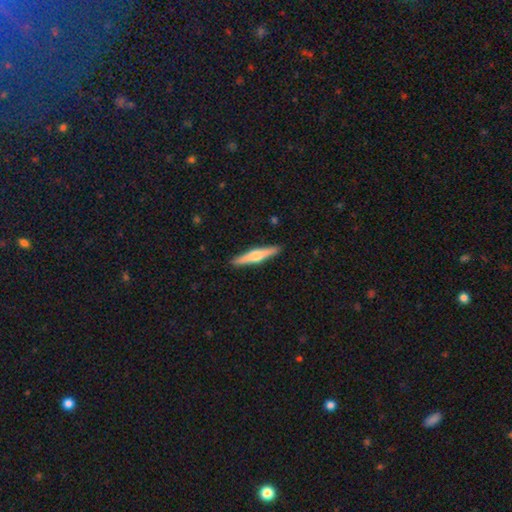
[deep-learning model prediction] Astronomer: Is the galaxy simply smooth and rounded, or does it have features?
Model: featured or disk — 57% (runner-up: smooth, 38%).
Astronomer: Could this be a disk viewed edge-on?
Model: yes — 97%.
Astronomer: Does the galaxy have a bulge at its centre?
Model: rounded — 89%.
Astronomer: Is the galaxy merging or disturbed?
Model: none — 92%.